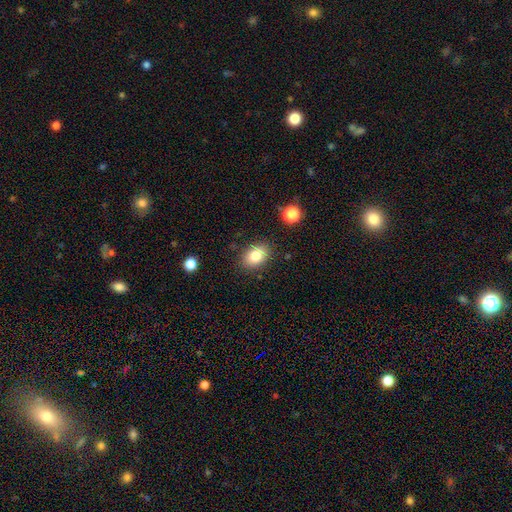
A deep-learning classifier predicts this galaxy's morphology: Overall: smooth (82%). How rounded: in between (79%). Merging: none (85%).